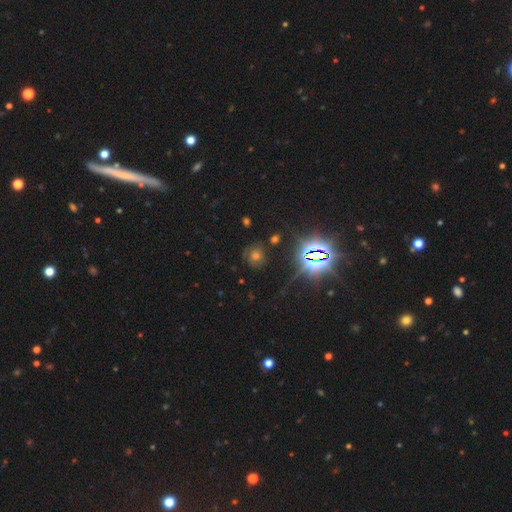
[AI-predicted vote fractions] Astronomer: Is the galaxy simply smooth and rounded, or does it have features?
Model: star or artifact — 51% (runner-up: smooth, 34%).